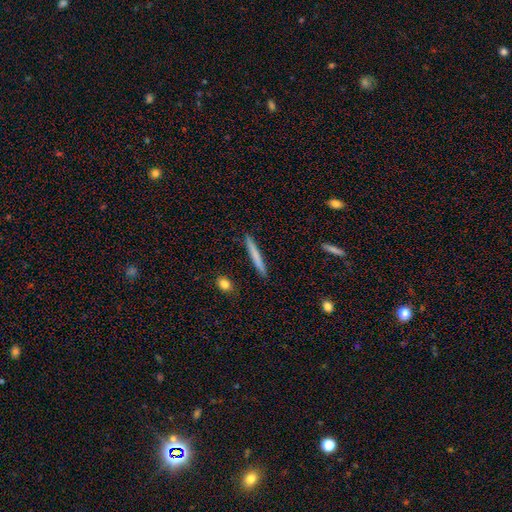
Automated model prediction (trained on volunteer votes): The model was most divided on "smooth or featured": smooth: 70%, featured or disk: 24%, star or artifact: 6%. More confident: how rounded — cigar-shaped (96%); merging — none (91%).